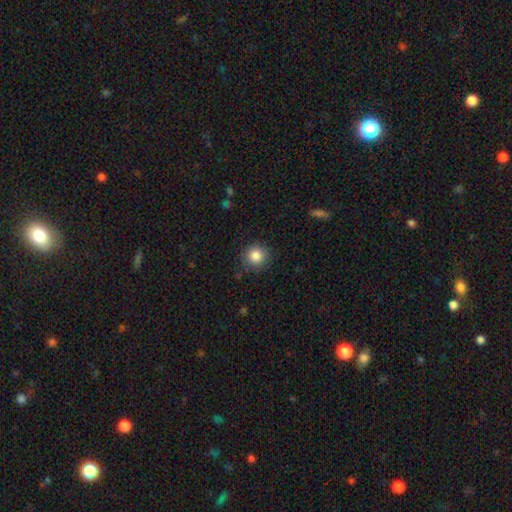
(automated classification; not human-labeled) smooth_or_featured: smooth (p=0.85) [alt: star or artifact p=0.10]
how_rounded: round (p=0.93) [alt: in between p=0.06]
merging: none (p=0.87) [alt: minor disturbance p=0.09]